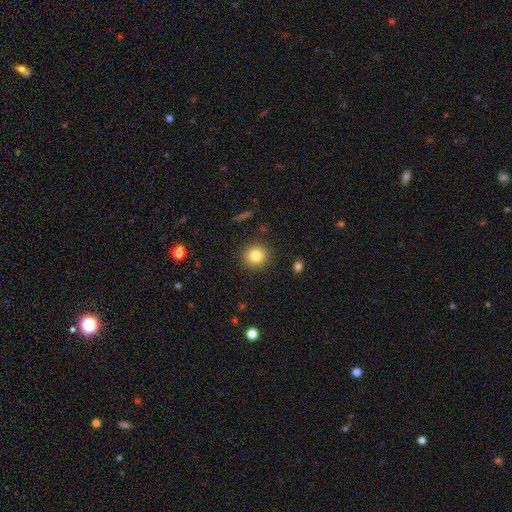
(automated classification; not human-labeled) smooth 81%, star or artifact 11%, featured or disk 8%. Down the decision tree: how rounded — round (89%); merging — none (90%).